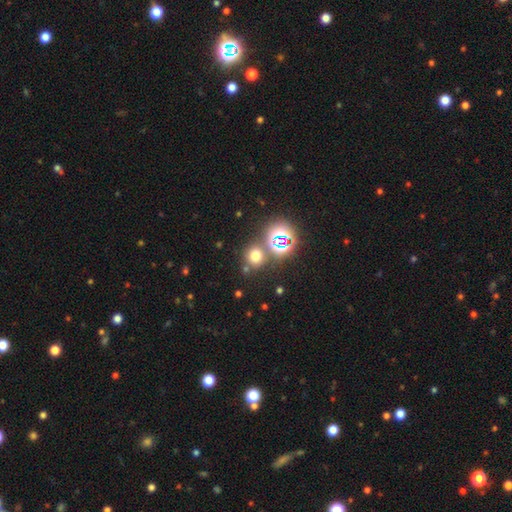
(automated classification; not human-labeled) A smooth galaxy with no disk features (60%) that is round (84%).

Vote fractions:
- Smooth or featured? smooth: 60% / star or artifact: 32% / featured or disk: 8%
- How rounded? round: 84% / in between: 14% / cigar-shaped: 1%
- Merging? none: 73% / merger: 15% / minor disturbance: 9% / major disturbance: 4%